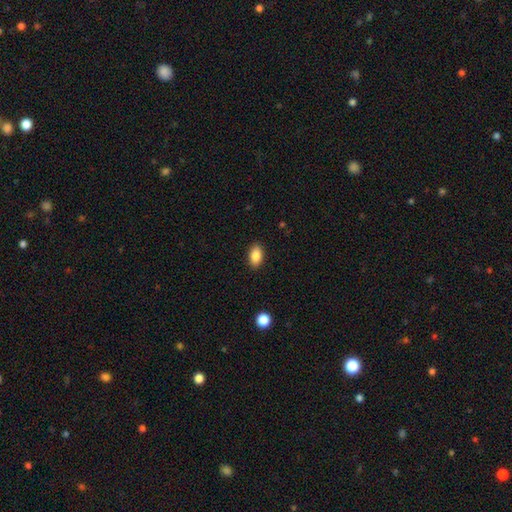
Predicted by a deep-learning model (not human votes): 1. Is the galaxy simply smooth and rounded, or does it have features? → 86% smooth, 8% star or artifact, 6% featured or disk.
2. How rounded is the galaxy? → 90% in between, 7% round, 3% cigar-shaped.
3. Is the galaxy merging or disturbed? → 89% none, 8% minor disturbance, 2% major disturbance, 1% merger.